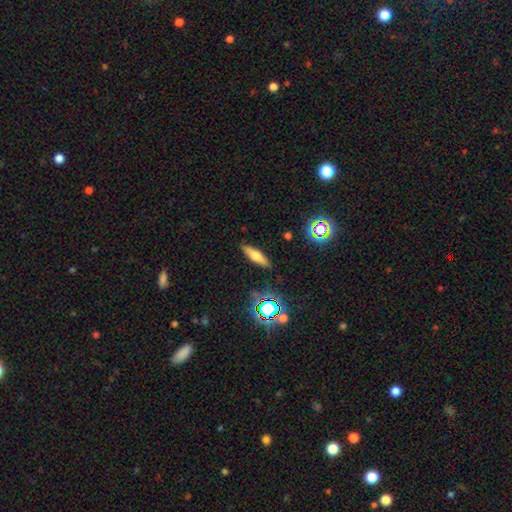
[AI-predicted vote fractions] Smooth or featured: smooth — 58% (featured or disk — 30%)
How rounded: cigar-shaped — 61% (in between — 36%)
Merging: none — 87% (minor disturbance — 9%)